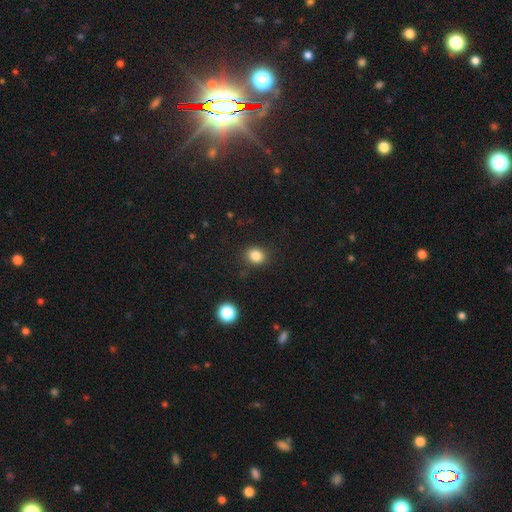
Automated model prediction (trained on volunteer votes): smooth_or_featured: smooth (p=0.84) [alt: star or artifact p=0.11]
how_rounded: round (p=0.61) [alt: in between p=0.38]
merging: none (p=0.86) [alt: minor disturbance p=0.09]